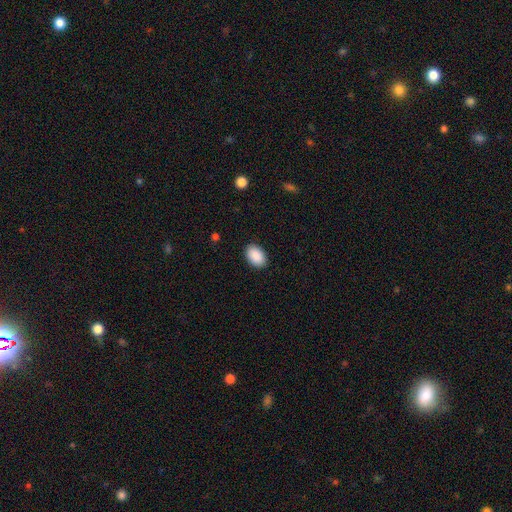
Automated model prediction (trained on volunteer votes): smooth_or_featured: smooth (p=0.91) [alt: star or artifact p=0.07]
how_rounded: in between (p=0.89) [alt: round p=0.10]
merging: none (p=0.89) [alt: minor disturbance p=0.08]